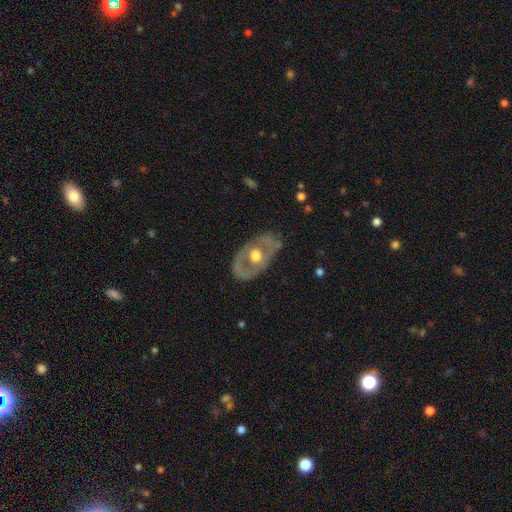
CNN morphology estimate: smooth-or-featured: featured or disk: 63% | smooth: 32% | star or artifact: 5%
  disk-edge-on: no: 89% | yes: 11%
    bar: no: 88% | weak: 9% | strong: 3%
    has-spiral-arms: no: 83% | yes: 17%
    bulge-size: moderate: 64% | large: 29% | small: 4% | dominant: 2% | none: 1%
  merging: none: 71% | minor disturbance: 19% | major disturbance: 8% | merger: 2%